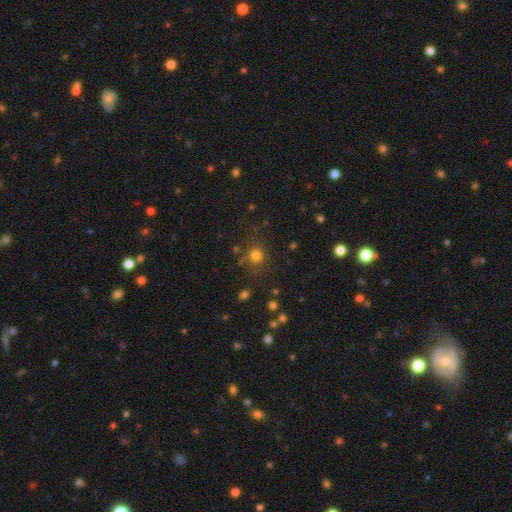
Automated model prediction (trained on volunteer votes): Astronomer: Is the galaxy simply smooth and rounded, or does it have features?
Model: smooth — 76%.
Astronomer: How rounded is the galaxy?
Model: round — 89%.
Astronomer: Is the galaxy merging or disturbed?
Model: none — 77%.